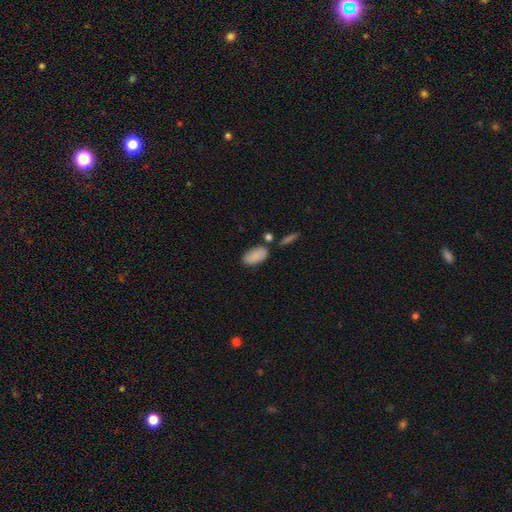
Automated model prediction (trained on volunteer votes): smooth 88%, star or artifact 6%, featured or disk 6%. Down the decision tree: how rounded — in between (94%); merging — none (74%).